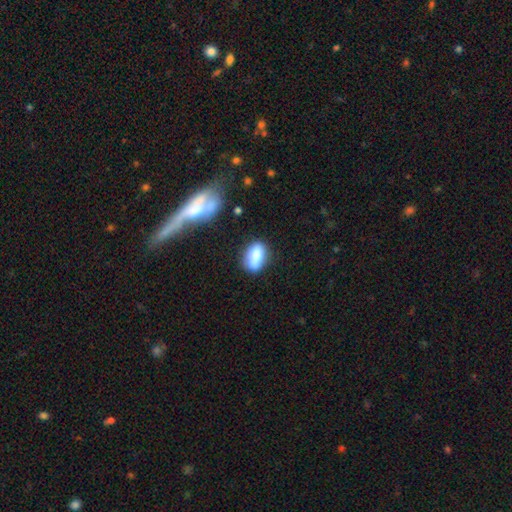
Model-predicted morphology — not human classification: type=smooth (79%); roundness=in between (84%); merging=none (67%).